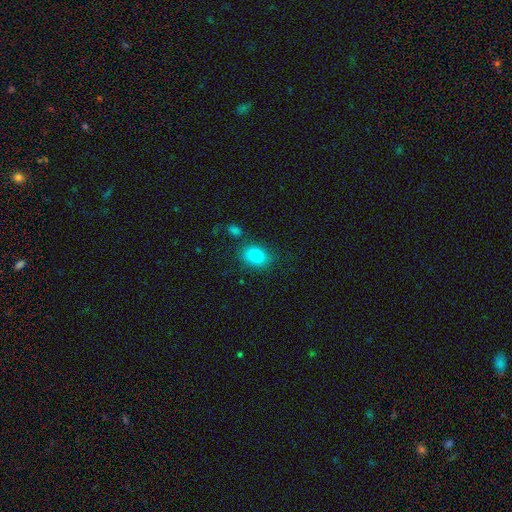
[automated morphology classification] A smooth galaxy with no disk features (86%) that is in between round and cigar-shaped (70%).

Vote fractions:
- Smooth or featured? smooth: 86% / star or artifact: 9% / featured or disk: 5%
- How rounded? in between: 70% / round: 28% / cigar-shaped: 1%
- Merging? none: 72% / minor disturbance: 15% / merger: 7% / major disturbance: 6%